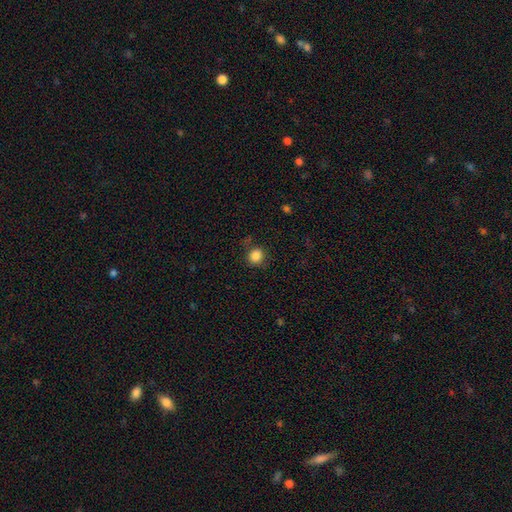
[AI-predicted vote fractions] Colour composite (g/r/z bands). It shows a smooth galaxy with no disk features (85%) that is round (84%). Merging: none (79%).